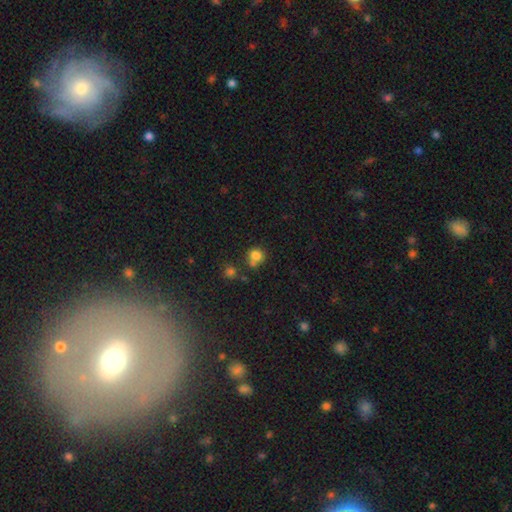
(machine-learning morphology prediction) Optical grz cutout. It shows a smooth galaxy with no disk features (78%) that is round (83%). Merging: none (56%).